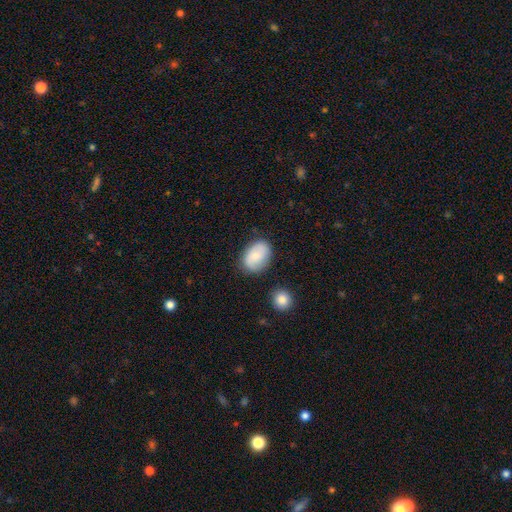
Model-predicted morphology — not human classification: A smooth galaxy with no disk features (67%) that is in between round and cigar-shaped (76%).

Vote fractions:
- Smooth or featured? smooth: 67% / featured or disk: 26% / star or artifact: 7%
- How rounded? in between: 76% / round: 22% / cigar-shaped: 1%
- Merging? none: 77% / minor disturbance: 16% / major disturbance: 4% / merger: 3%